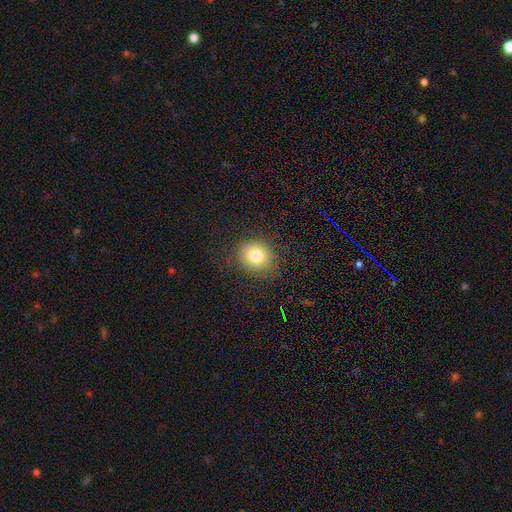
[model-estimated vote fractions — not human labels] Morphology: type=smooth (78%); roundness=round (80%); merging=none (84%).